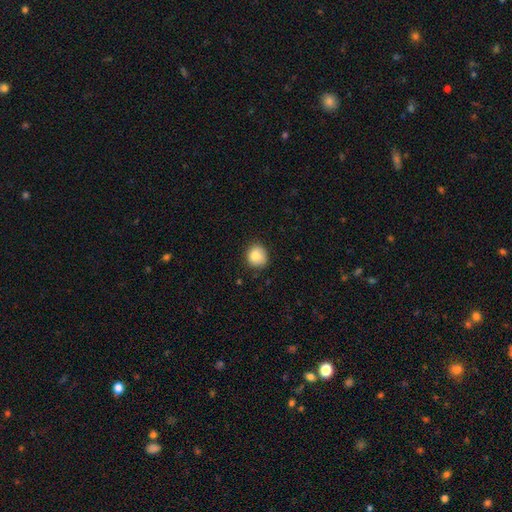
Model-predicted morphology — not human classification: The model was most divided on "merging": none: 76%, minor disturbance: 19%, major disturbance: 4%, merger: 1%. More confident: smooth or featured — smooth (84%); how rounded — round (81%).